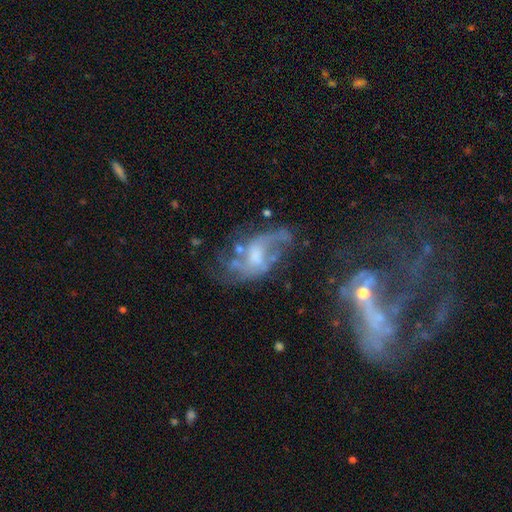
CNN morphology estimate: The model was most divided on "bulge size": moderate: 40%, small: 32%, none: 19%, large: 7%, dominant: 2%. Remaining: edge-on disk — no (96%); spiral arms — yes (77%); smooth or featured — featured or disk (77%); spiral arm count — 2 (57%); spiral winding — loose (56%); bar — no (53%); merging — none (37%).